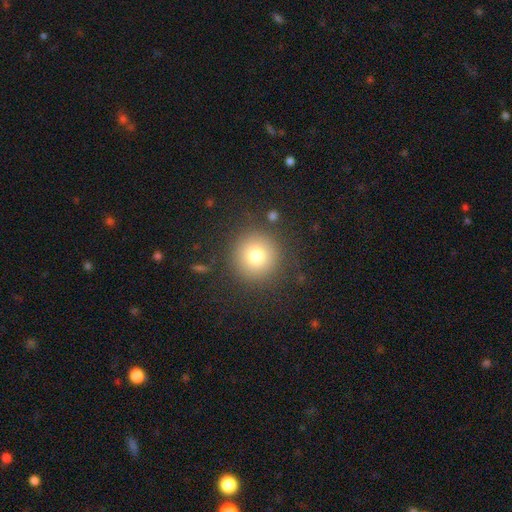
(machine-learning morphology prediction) The model was most divided on "smooth or featured": smooth: 77%, star or artifact: 12%, featured or disk: 11%. More confident: how rounded — round (95%); merging — none (88%).